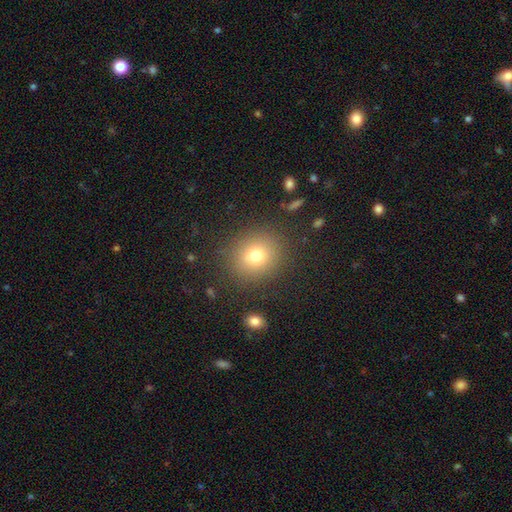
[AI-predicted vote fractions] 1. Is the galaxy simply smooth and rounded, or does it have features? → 76% smooth, 14% star or artifact, 10% featured or disk.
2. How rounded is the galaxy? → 81% round, 18% in between, 1% cigar-shaped.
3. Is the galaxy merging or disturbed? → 86% none, 8% minor disturbance, 4% major disturbance, 2% merger.